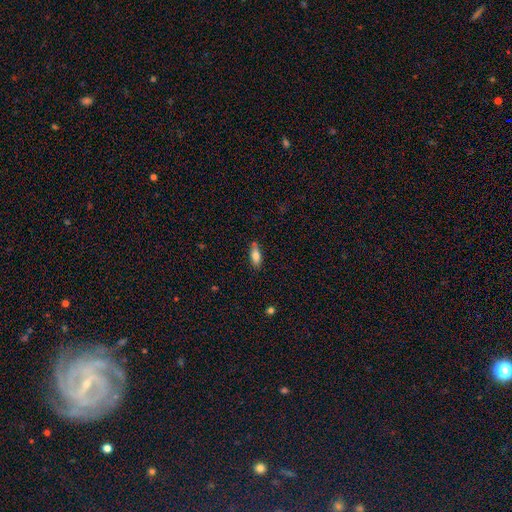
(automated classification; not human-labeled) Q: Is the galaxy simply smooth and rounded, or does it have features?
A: smooth — 82%.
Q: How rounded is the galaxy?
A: in between — 77%.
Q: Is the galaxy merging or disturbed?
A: none — 75%.